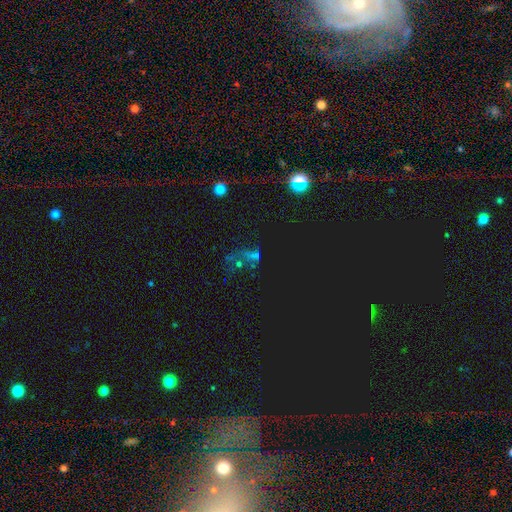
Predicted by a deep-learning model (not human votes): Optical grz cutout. It shows a star or artifact, not a galaxy (49%).